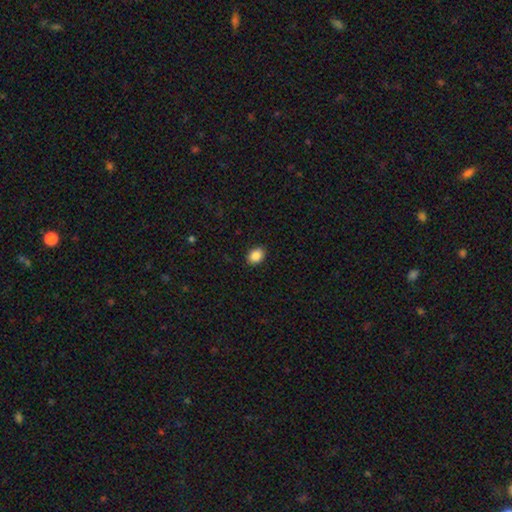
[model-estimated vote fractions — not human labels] Overall: smooth (87%). How rounded: in between (64%; round 35%). Merging: none (89%).